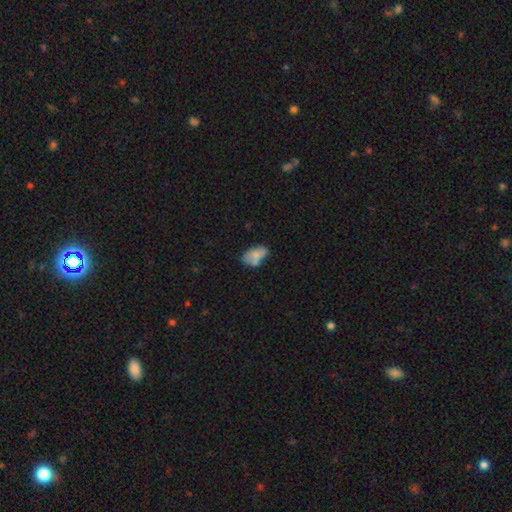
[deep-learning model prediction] This appears to be a smooth galaxy with no disk features (62%) that is in between round and cigar-shaped (90%). Merging: none (40%).